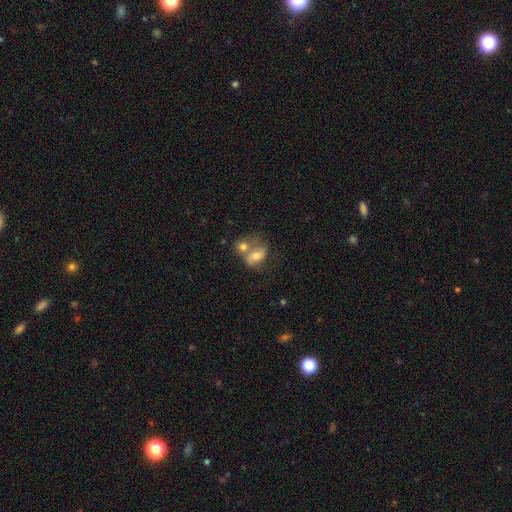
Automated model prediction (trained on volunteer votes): A smooth galaxy with no disk features (62%) that is in between round and cigar-shaped (69%). Merging: merger (58%).